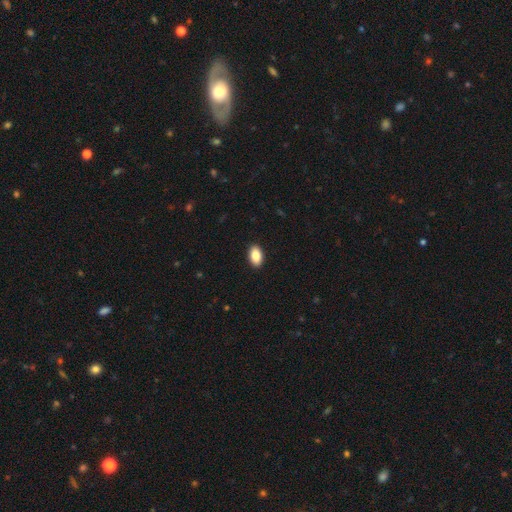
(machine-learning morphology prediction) type=smooth (86%); roundness=in between (93%); merging=none (91%).